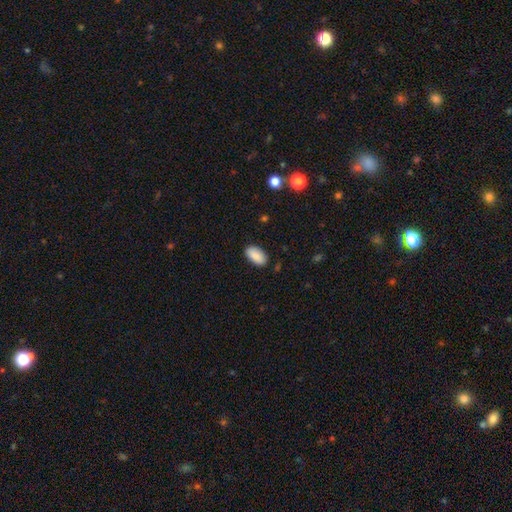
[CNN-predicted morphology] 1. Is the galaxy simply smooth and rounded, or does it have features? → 90% smooth, 7% star or artifact, 4% featured or disk.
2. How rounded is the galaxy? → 95% in between, 3% round, 3% cigar-shaped.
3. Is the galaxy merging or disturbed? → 87% none, 9% minor disturbance, 2% major disturbance, 1% merger.